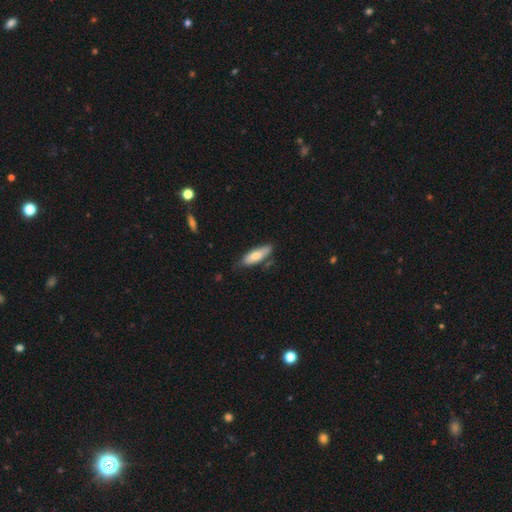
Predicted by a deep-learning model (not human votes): Smooth or featured? Predicted: smooth (p=0.70). How rounded? Predicted: in between (p=0.59). Merging? Predicted: none (p=0.71).